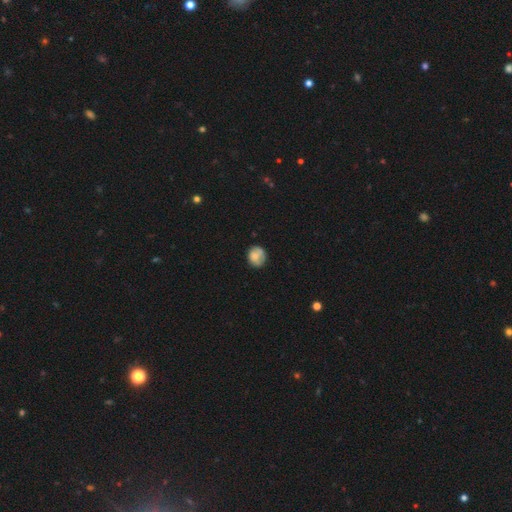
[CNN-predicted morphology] Smooth or featured?
  - smooth: 68% *
  - featured or disk: 23%
  - star or artifact: 9%
How rounded?
  - round: 70% *
  - in between: 29%
  - cigar-shaped: 1%
Merging?
  - none: 59% *
  - minor disturbance: 27%
  - major disturbance: 9%
  - merger: 5%